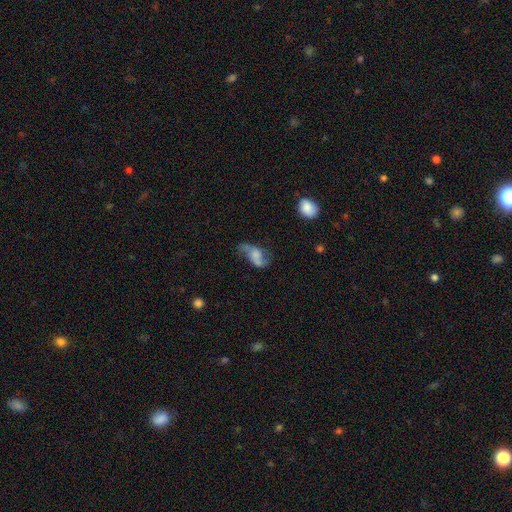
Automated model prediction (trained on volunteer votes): smooth-or-featured: featured or disk: 51% | smooth: 38% | star or artifact: 10%
  disk-edge-on: no: 94% | yes: 6%
  merging: none: 40% | minor disturbance: 27% | major disturbance: 26% | merger: 7%